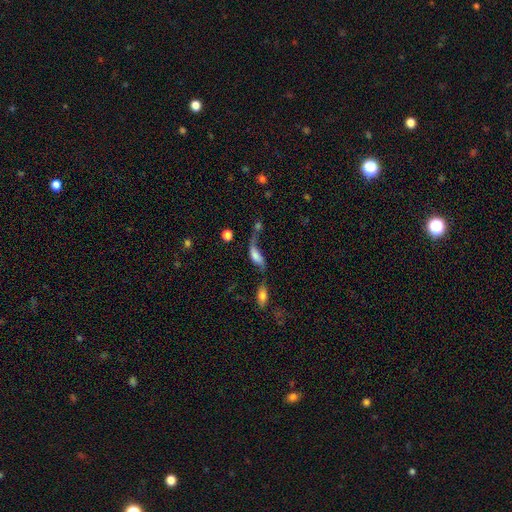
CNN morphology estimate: A smooth galaxy with no disk features (45%). Merging: merger (34%).